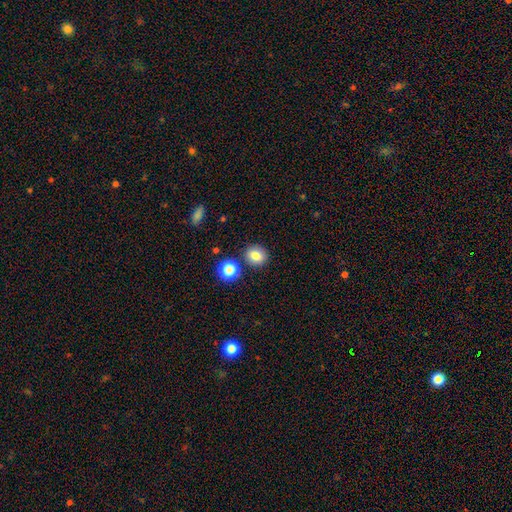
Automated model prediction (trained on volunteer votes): smooth 81%, star or artifact 11%, featured or disk 8%. Down the decision tree: how rounded — round (75%); merging — none (83%).